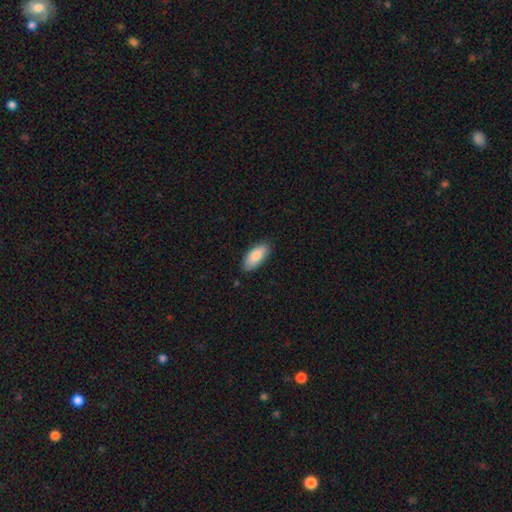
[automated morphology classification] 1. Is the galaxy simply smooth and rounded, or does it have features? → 86% smooth, 8% featured or disk, 6% star or artifact.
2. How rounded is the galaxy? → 89% in between, 10% cigar-shaped, 2% round.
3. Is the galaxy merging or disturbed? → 85% none, 11% minor disturbance, 2% major disturbance, 1% merger.